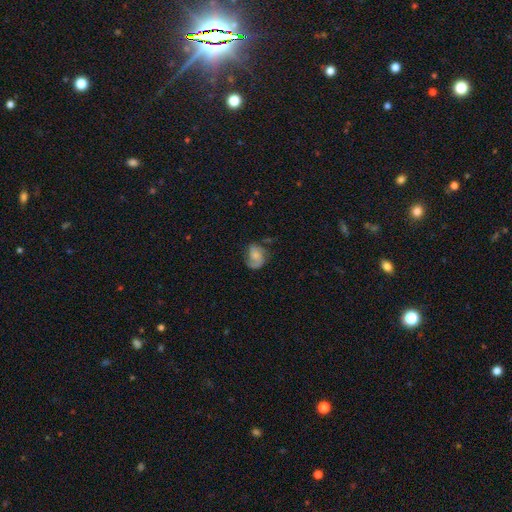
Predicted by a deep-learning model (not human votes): Morphology: type=featured or disk (67%); edge-on=no (98%); bar=no (65%); spiral arms=yes (92%); winding=medium (45%); arm count=2 (71%); bulge=small (31%, tied with moderate); merging=none (59%).